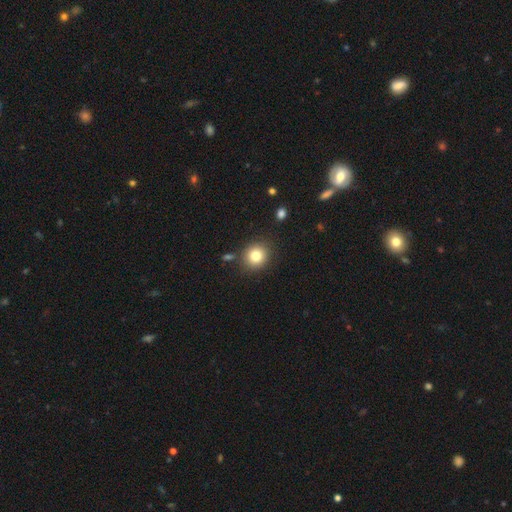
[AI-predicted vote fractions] Smooth or featured? Predicted: smooth (p=0.81). How rounded? Predicted: round (p=0.83). Merging? Predicted: none (p=0.85).